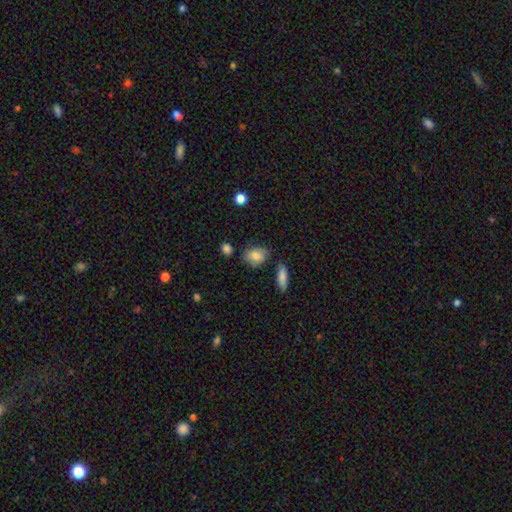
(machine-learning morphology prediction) This appears to be a smooth galaxy with no disk features (81%) that is in between round and cigar-shaped (74%). Merging: none (68%).